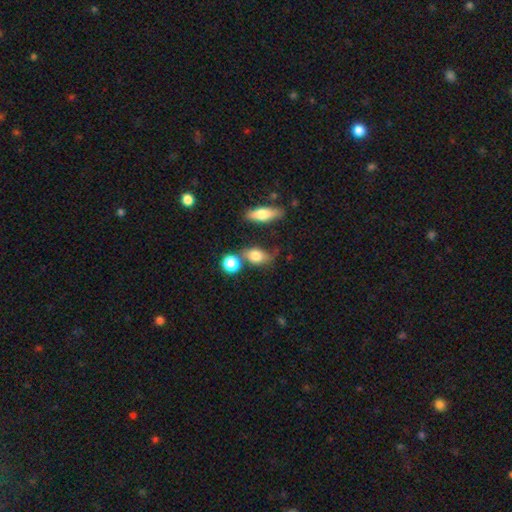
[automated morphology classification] smooth-or-featured: smooth: 74% | featured or disk: 15% | star or artifact: 11%
  how-rounded: in between: 64% | round: 31% | cigar-shaped: 5%
  merging: none: 50% | merger: 21% | minor disturbance: 20% | major disturbance: 9%